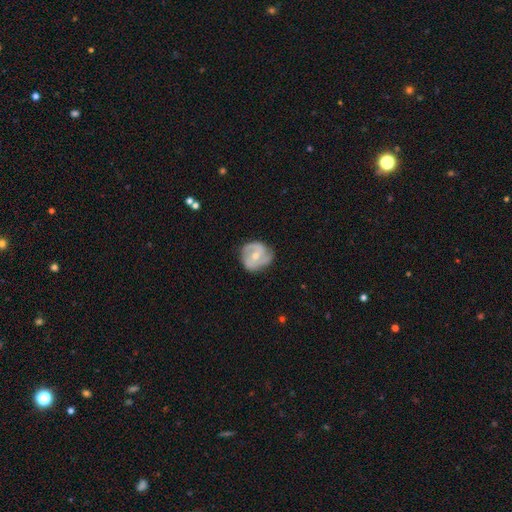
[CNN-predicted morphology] Smooth or featured? Predicted: featured or disk (p=0.74). Edge-on disk? Predicted: no (p=0.97). Bar? Predicted: no (p=0.46). Spiral arms? Predicted: yes (p=0.89). Spiral winding? Predicted: medium (p=0.46). Spiral arm count? Predicted: 2 (p=0.64). Bulge size? Predicted: moderate (p=0.50). Merging? Predicted: none (p=0.69).